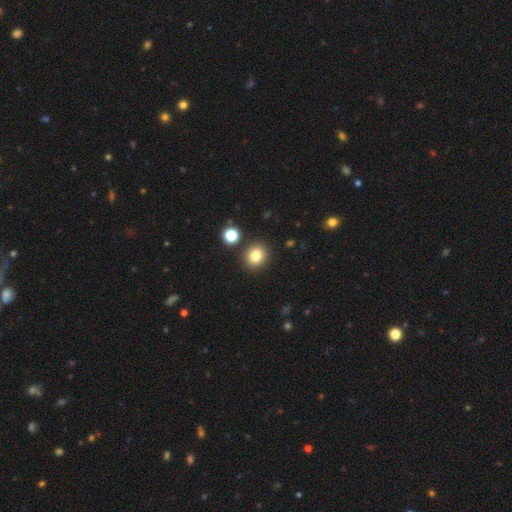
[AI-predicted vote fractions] Smooth or featured: smooth — 81% (star or artifact — 12%)
How rounded: round — 80% (in between — 19%)
Merging: none — 87% (minor disturbance — 7%)